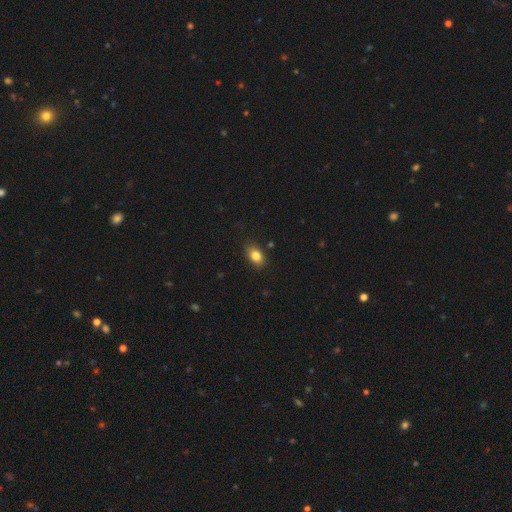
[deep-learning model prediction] Overall: smooth (83%). How rounded: in between (83%). Merging: none (84%).